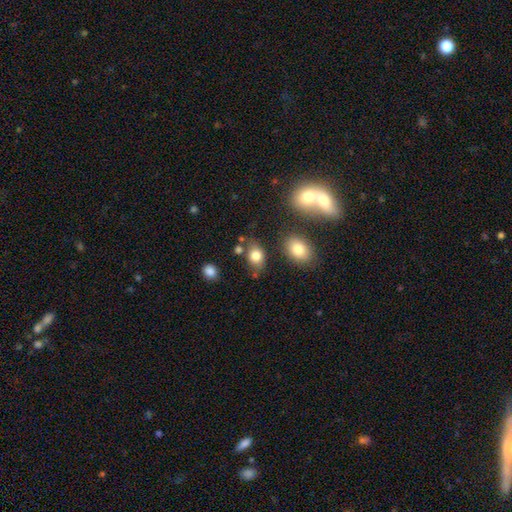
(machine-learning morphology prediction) Q: Smooth or featured?
A: smooth (81%); runner-up: star or artifact (10%)
Q: How rounded?
A: in between (74%); runner-up: round (25%)
Q: Merging?
A: none (71%); runner-up: minor disturbance (16%)